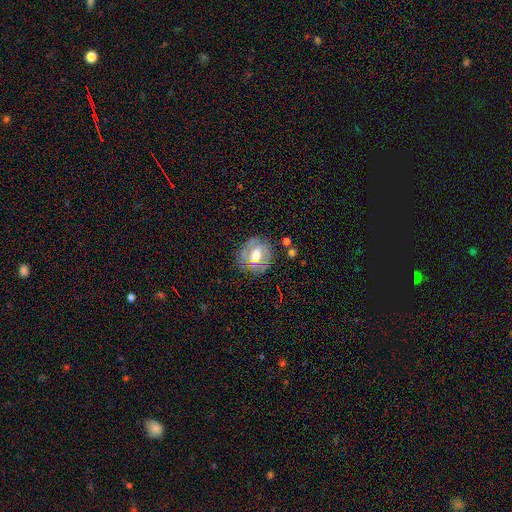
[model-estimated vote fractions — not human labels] Morphology: type=featured or disk (56%); edge-on=no (95%); bar=weak (44%); spiral arms=yes (55%); bulge=moderate (64%); merging=none (71%).